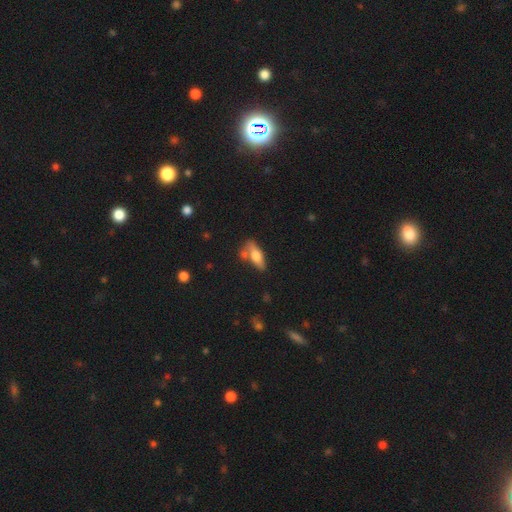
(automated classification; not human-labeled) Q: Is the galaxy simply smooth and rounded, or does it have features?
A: smooth — 61%.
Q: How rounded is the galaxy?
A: in between — 60%.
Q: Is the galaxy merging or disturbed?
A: none — 56%.